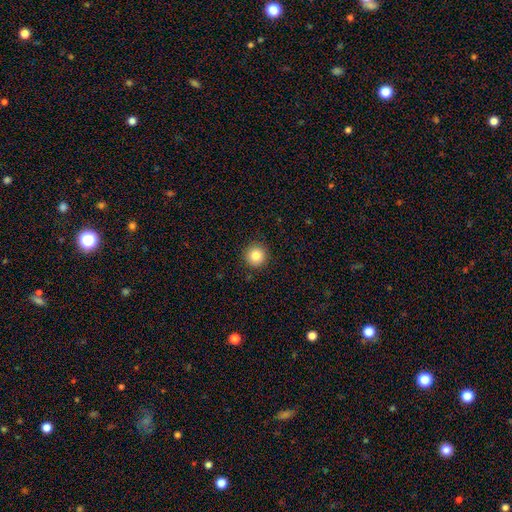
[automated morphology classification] A smooth galaxy with no disk features (83%) that is round (95%). Merging: none (91%).